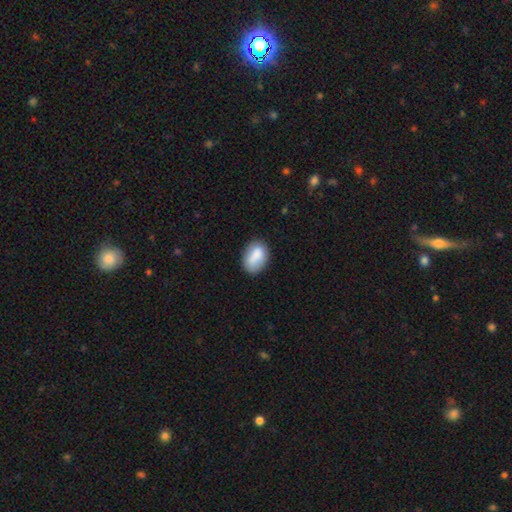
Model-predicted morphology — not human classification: This is clearly a smooth galaxy (83%). How rounded: clearly in between (84%). Merging: likely none (74%).